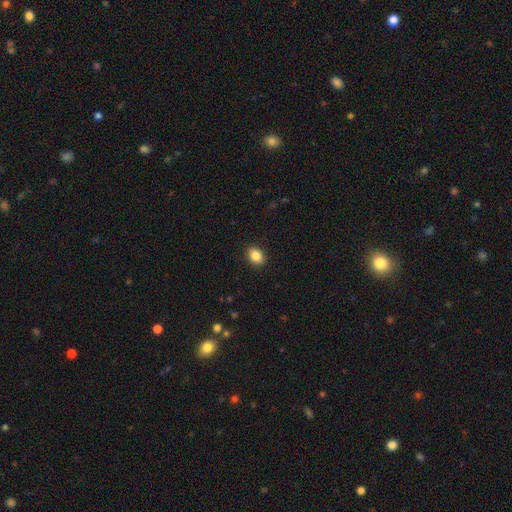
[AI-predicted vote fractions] Morphology: type=smooth (87%); roundness=in between (64%); merging=none (90%).